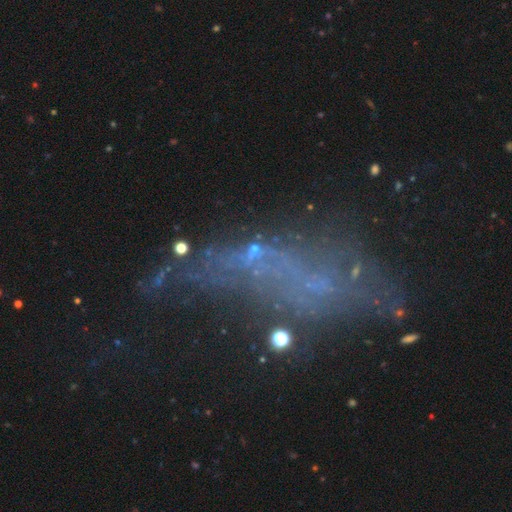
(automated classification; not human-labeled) featured or disk 44%, star or artifact 34%, smooth 21%. Down the decision tree: merging — none (39%).